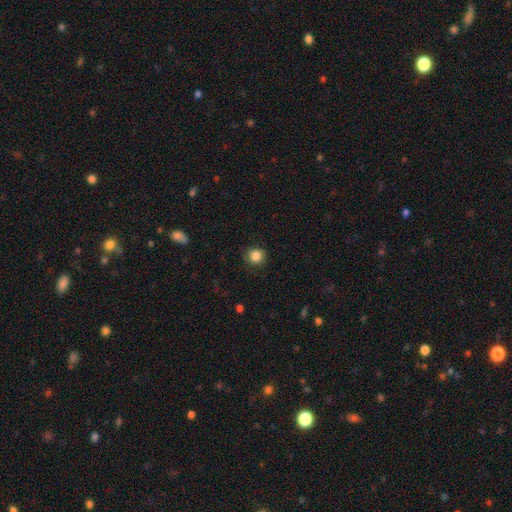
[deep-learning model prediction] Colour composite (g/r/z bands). It shows a smooth galaxy with no disk features (85%) that is round (90%). Merging: none (86%).